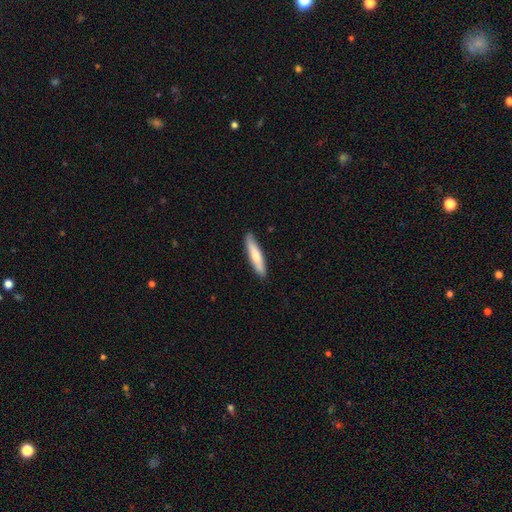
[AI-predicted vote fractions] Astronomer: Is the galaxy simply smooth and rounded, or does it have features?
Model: smooth — 73%.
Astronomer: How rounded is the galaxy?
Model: cigar-shaped — 86%.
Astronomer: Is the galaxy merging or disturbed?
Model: none — 87%.